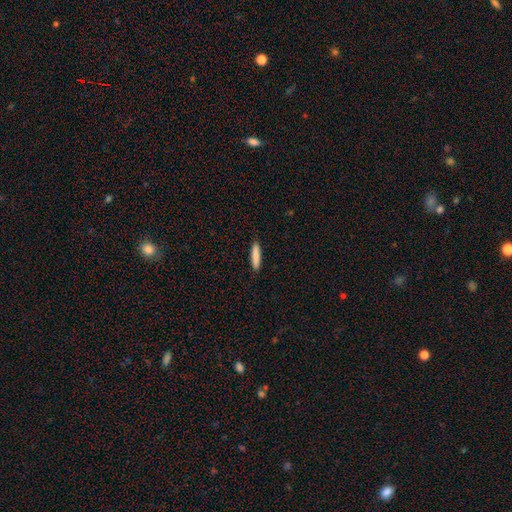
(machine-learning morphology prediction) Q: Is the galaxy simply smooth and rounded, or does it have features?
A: smooth — 86%.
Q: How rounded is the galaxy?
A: cigar-shaped — 86%.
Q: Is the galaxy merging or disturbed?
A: none — 90%.